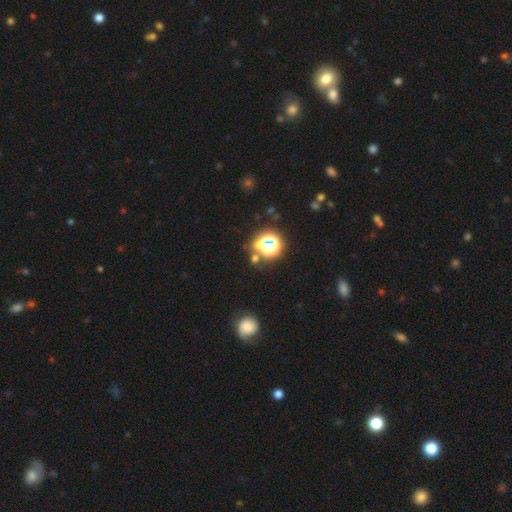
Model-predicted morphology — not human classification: Smooth or featured? Predicted: star or artifact (p=0.62).